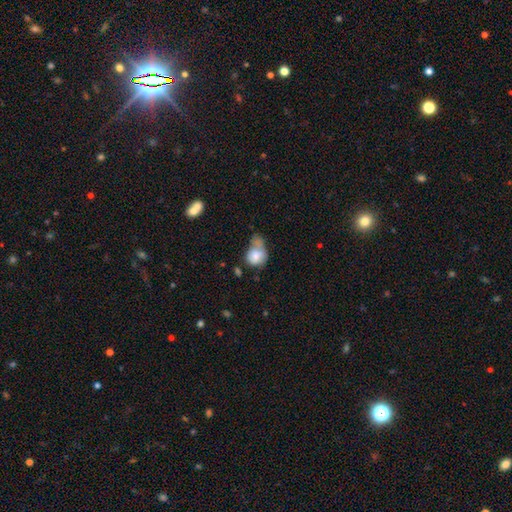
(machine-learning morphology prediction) Smooth or featured: smooth — 75% (featured or disk — 17%)
How rounded: round — 50% (in between — 49%)
Merging: major disturbance — 29% (merger — 27%)